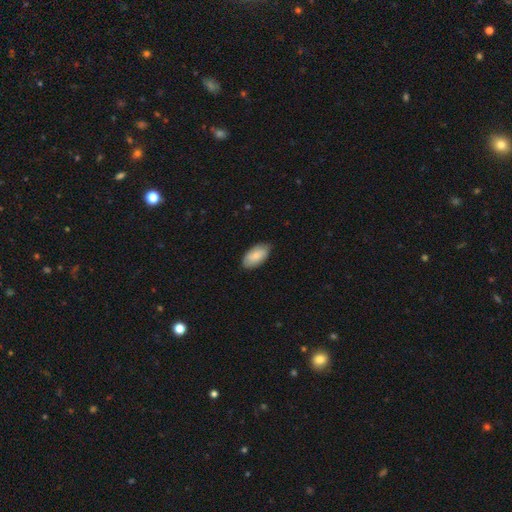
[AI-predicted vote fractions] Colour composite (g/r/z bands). It shows a smooth galaxy with no disk features (80%) that is in between round and cigar-shaped (94%). Merging: none (81%).